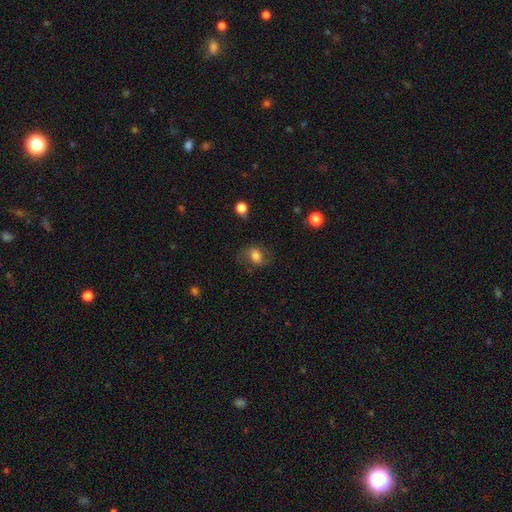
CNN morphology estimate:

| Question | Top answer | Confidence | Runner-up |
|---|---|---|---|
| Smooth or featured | smooth | 68% | featured or disk (23%) |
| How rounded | in between | 59% | round (39%) |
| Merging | none | 65% | minor disturbance (21%) |